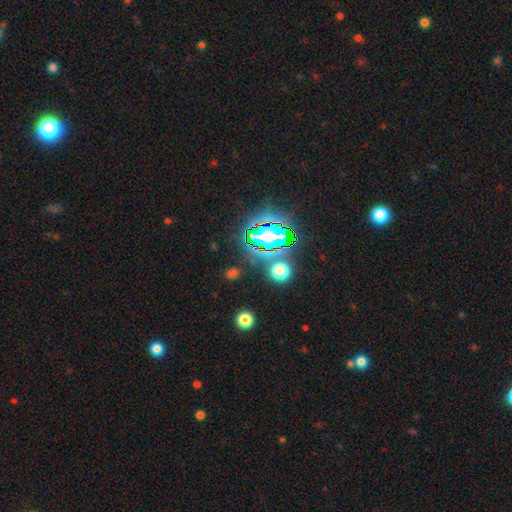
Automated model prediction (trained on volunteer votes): Q: Smooth or featured?
A: star or artifact (81%); runner-up: smooth (12%)